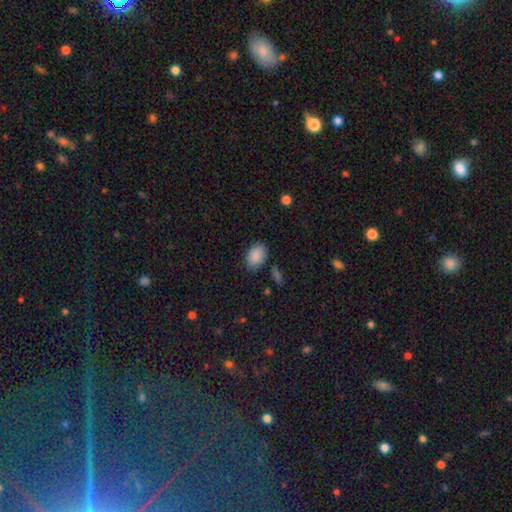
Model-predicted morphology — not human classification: A smooth galaxy with no disk features (88%) that is in between round and cigar-shaped (87%). Merging: none (81%).